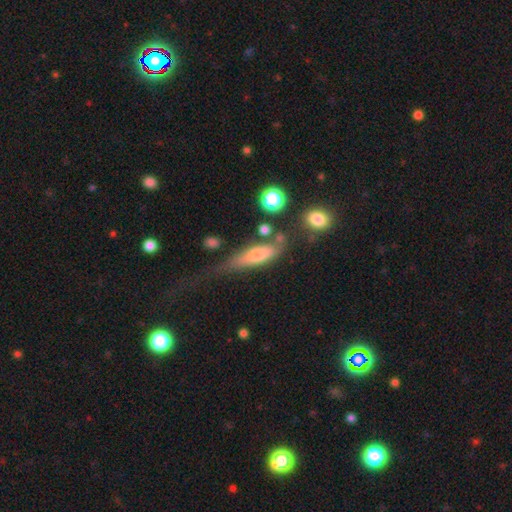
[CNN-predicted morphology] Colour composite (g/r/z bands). It shows a featured or disk galaxy (51%) viewed edge-on (73%). Merging: none (39%).